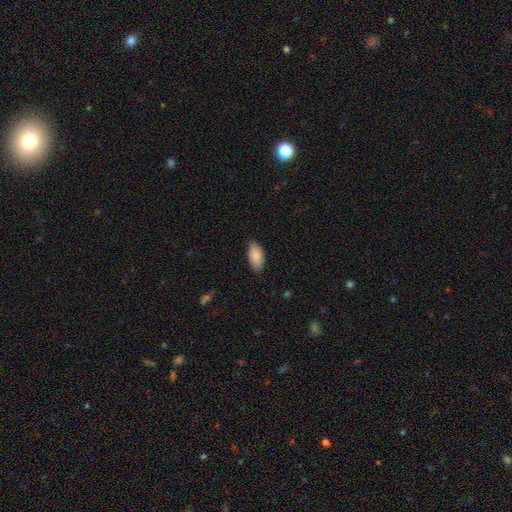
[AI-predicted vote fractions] smooth_or_featured: smooth (p=0.89) [alt: star or artifact p=0.06]
how_rounded: in between (p=0.92) [alt: cigar-shaped p=0.06]
merging: none (p=0.84) [alt: minor disturbance p=0.13]